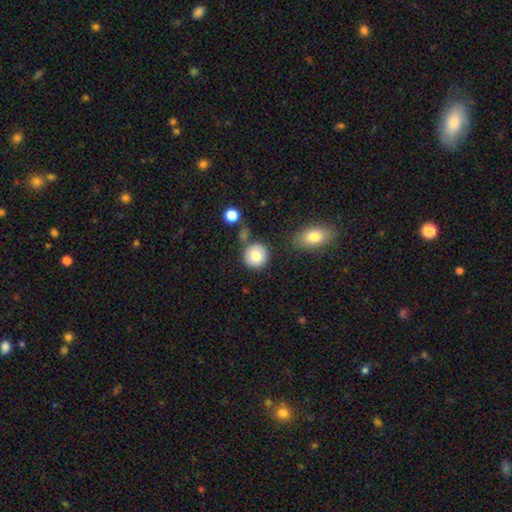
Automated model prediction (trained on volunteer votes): Smooth or featured? Predicted: smooth (p=0.81). How rounded? Predicted: round (p=0.92). Merging? Predicted: none (p=0.78).